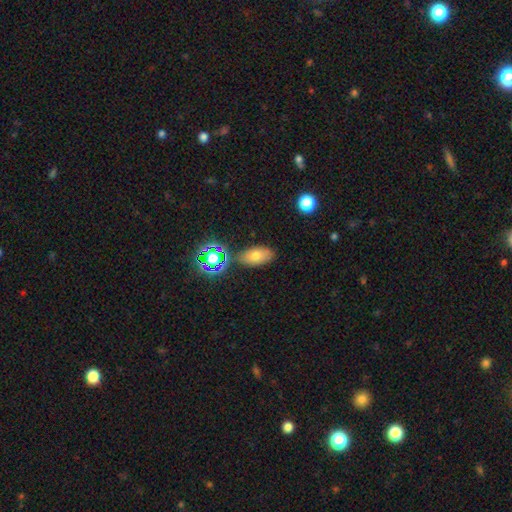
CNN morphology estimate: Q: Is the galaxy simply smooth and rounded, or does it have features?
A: smooth — 66%.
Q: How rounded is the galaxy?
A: in between — 90%.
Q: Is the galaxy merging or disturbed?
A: none — 78%.